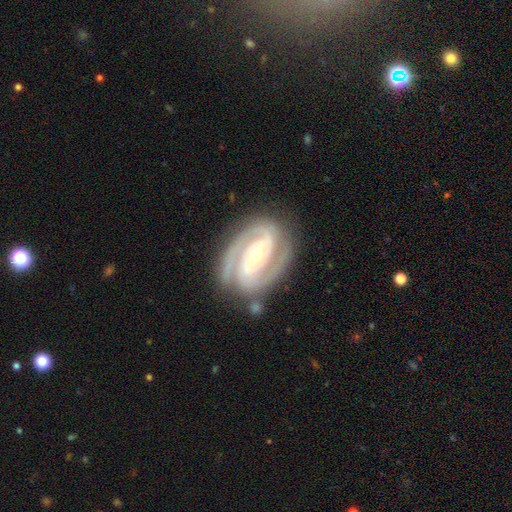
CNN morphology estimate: type=featured or disk (91%); edge-on=no (97%); bar=strong (35%); spiral arms=yes (98%); winding=tight (61%); arm count=2 (69%); bulge=moderate (57%); merging=none (78%).